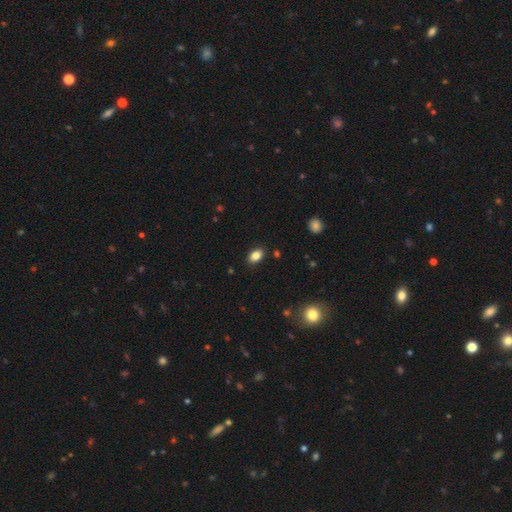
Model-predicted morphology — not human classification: This appears to be a smooth galaxy with no disk features (85%) that is in between round and cigar-shaped (85%). Merging: none (87%).